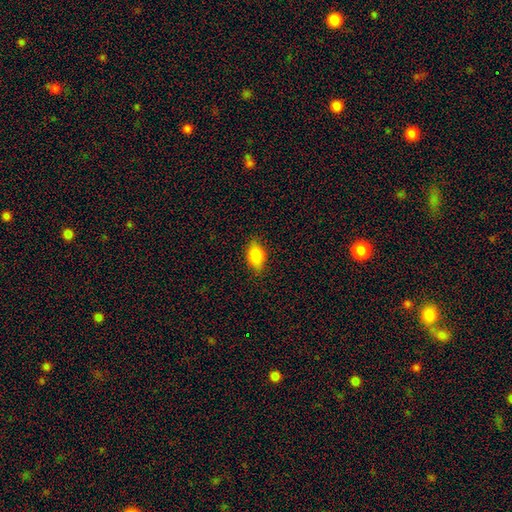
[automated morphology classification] smooth_or_featured: smooth (p=0.84) [alt: featured or disk p=0.08]
how_rounded: in between (p=0.87) [alt: round p=0.09]
merging: none (p=0.82) [alt: minor disturbance p=0.14]